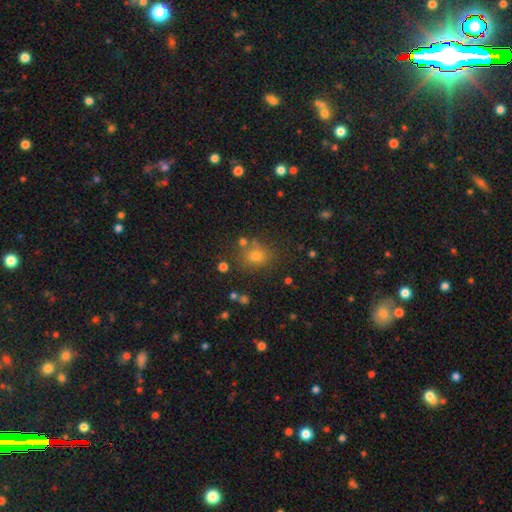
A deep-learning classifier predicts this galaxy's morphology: smooth-or-featured: smooth: 67% | star or artifact: 24% | featured or disk: 9%
  how-rounded: round: 76% | in between: 23% | cigar-shaped: 1%
  merging: none: 76% | minor disturbance: 12% | merger: 8% | major disturbance: 4%